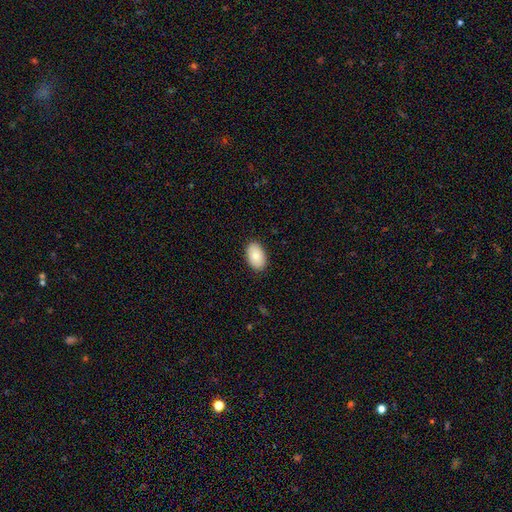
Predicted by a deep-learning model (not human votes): A smooth galaxy with no disk features (86%) that is in between round and cigar-shaped (93%).

Vote fractions:
- Smooth or featured? smooth: 86% / featured or disk: 8% / star or artifact: 6%
- How rounded? in between: 93% / round: 6% / cigar-shaped: 1%
- Merging? none: 88% / minor disturbance: 9% / major disturbance: 2% / merger: 1%